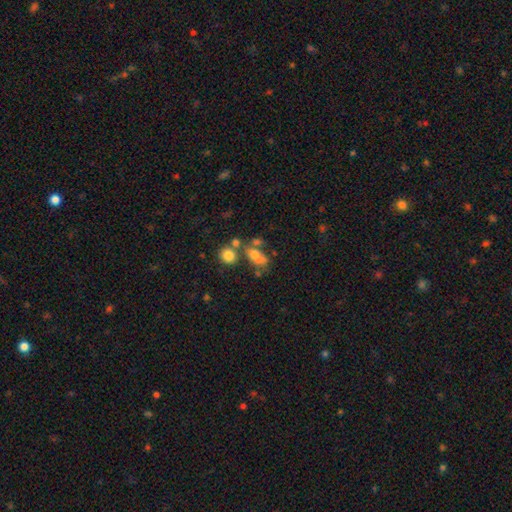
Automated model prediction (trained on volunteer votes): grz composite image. It shows a smooth galaxy with no disk features (65%) that is in between round and cigar-shaped (72%). Merging: merger (35%).